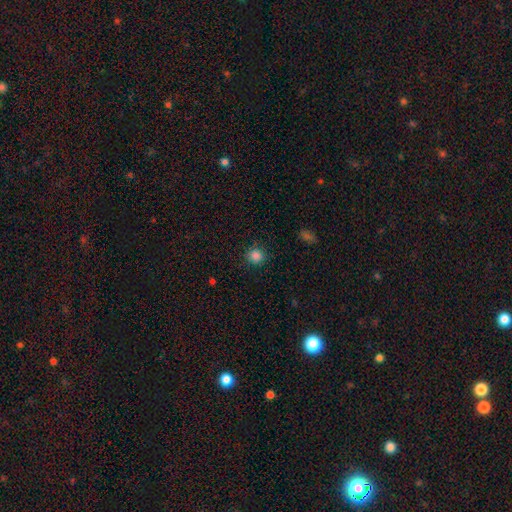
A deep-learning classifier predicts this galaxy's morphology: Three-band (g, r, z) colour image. It shows a smooth galaxy with no disk features (84%) that is round (91%). Merging: none (88%).